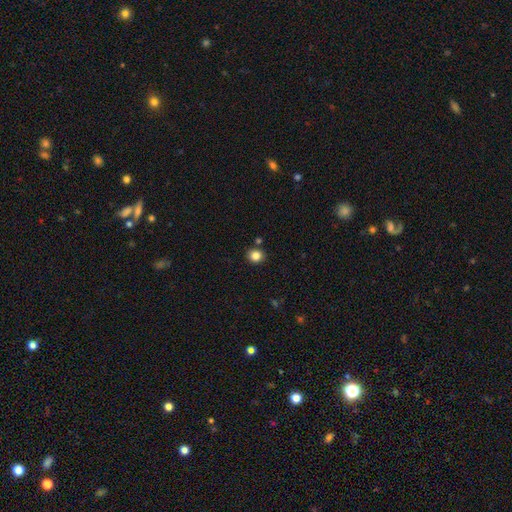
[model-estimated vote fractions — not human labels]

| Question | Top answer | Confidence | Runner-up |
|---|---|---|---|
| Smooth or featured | smooth | 84% | star or artifact (11%) |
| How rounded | round | 80% | in between (19%) |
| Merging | none | 86% | minor disturbance (8%) |